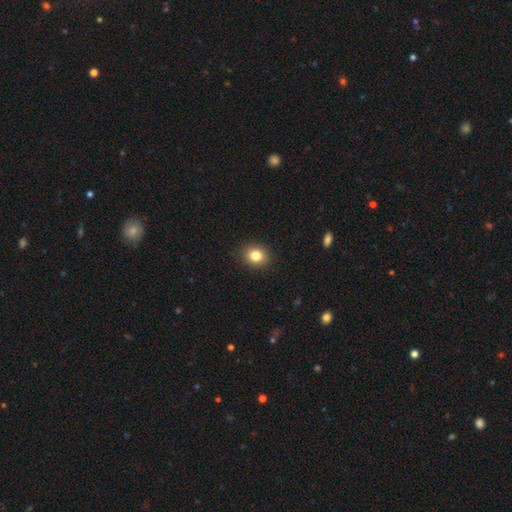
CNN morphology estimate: Overall: smooth (82%). How rounded: round (65%; in between 34%). Merging: none (91%).